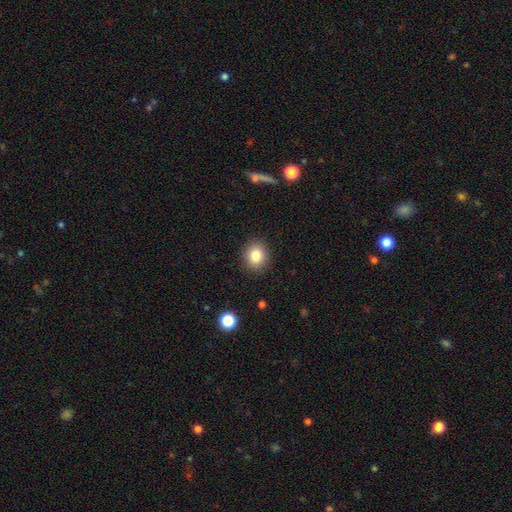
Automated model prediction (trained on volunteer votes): Q: Smooth or featured?
A: smooth (83%); runner-up: star or artifact (10%)
Q: How rounded?
A: round (74%); runner-up: in between (25%)
Q: Merging?
A: none (90%); runner-up: minor disturbance (7%)